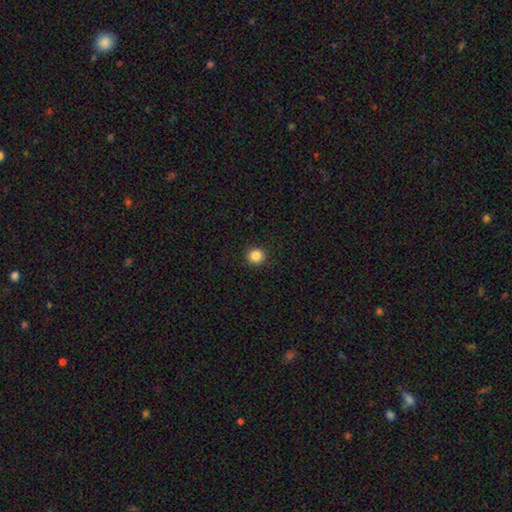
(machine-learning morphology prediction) The model was most divided on "smooth or featured": smooth: 86%, star or artifact: 11%, featured or disk: 3%. More confident: how rounded — round (94%); merging — none (93%).